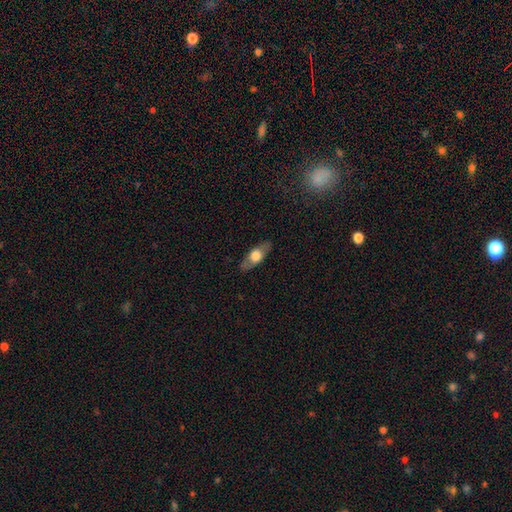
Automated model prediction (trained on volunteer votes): A smooth galaxy with no disk features (52%) that is in between round and cigar-shaped (68%).

Vote fractions:
- Smooth or featured? smooth: 52% / featured or disk: 42% / star or artifact: 6%
- How rounded? in between: 68% / cigar-shaped: 27% / round: 5%
- Merging? none: 85% / minor disturbance: 11% / major disturbance: 3% / merger: 1%